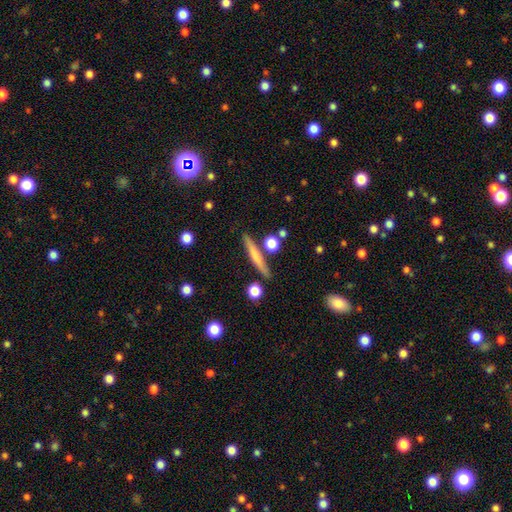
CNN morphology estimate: type=smooth (57%); roundness=cigar-shaped (92%); merging=none (83%).